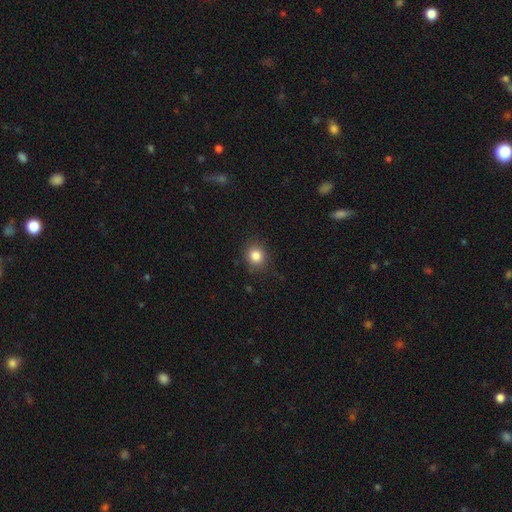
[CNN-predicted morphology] Overall: smooth (84%). How rounded: round (81%). Merging: none (86%).